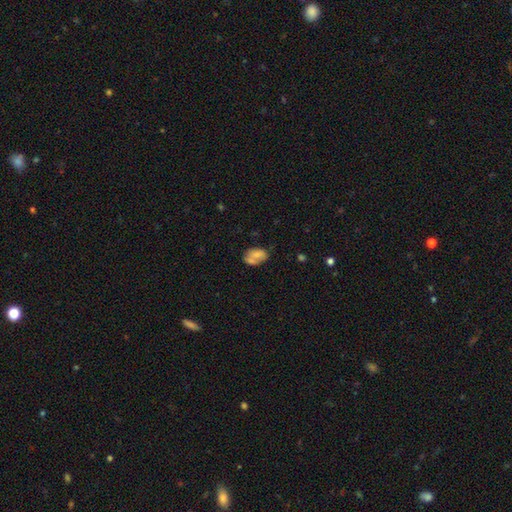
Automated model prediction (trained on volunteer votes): Overall: smooth (66%; featured or disk 26%). How rounded: in between (84%). Merging: none (42%; merger 25%).